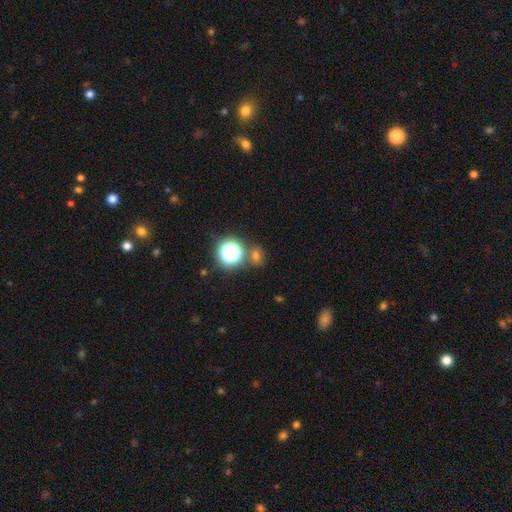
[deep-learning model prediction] smooth_or_featured: smooth (p=0.60) [alt: star or artifact p=0.32]
how_rounded: round (p=0.65) [alt: in between p=0.33]
merging: none (p=0.72) [alt: merger p=0.13]